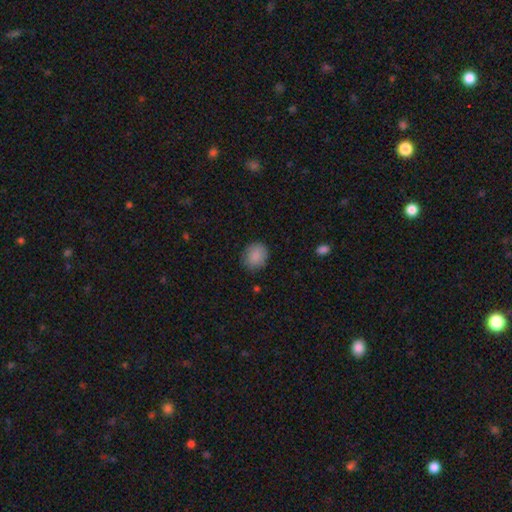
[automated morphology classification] A smooth galaxy with no disk features (87%) that is round (71%). Merging: none (81%).